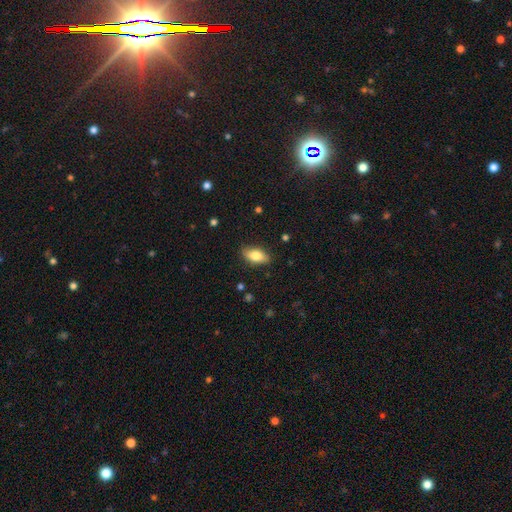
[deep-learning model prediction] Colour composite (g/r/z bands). It shows a smooth galaxy with no disk features (79%) that is in between round and cigar-shaped (88%). Merging: none (84%).